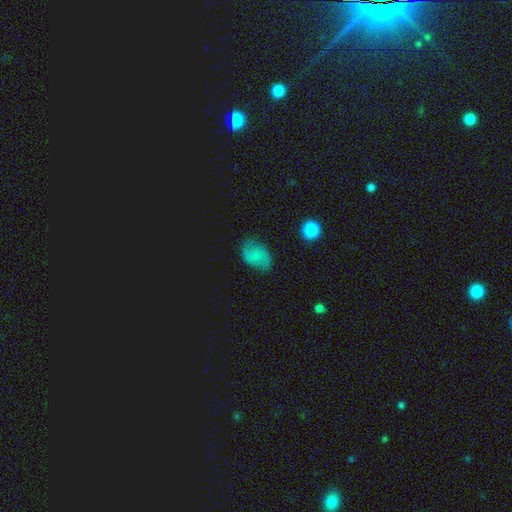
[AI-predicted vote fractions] This is likely a smooth galaxy (65%). How rounded: clearly in between (86%). Merging: likely none (71%).